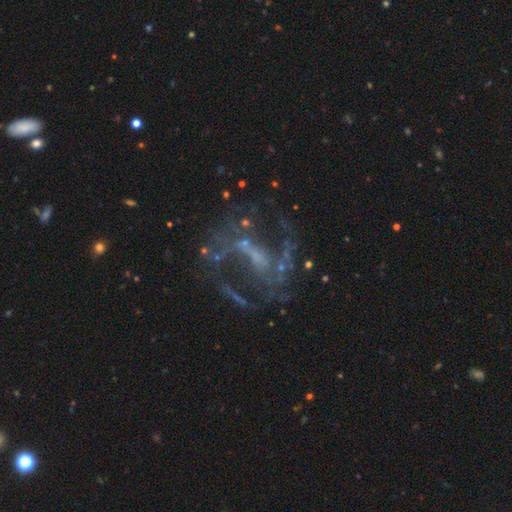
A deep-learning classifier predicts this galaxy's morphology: Smooth or featured? featured or disk (77%)
Edge-on disk? no (96%)
Bar? weak (39%)
Spiral arms? yes (76%)
Spiral winding? loose (48%)
Spiral arm count? 2 (69%)
Bulge size? none (44%)
Merging? none (54%)